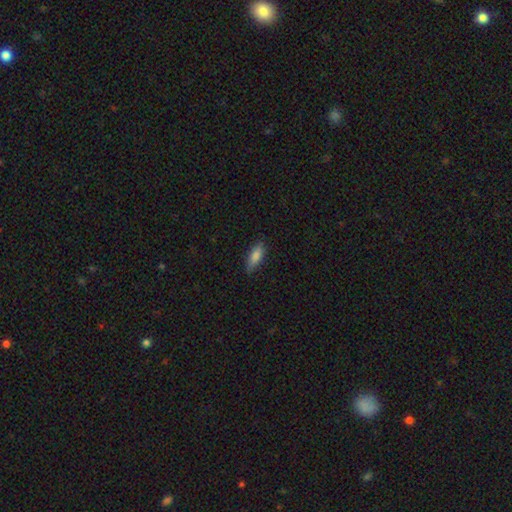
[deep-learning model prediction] smooth-or-featured: smooth: 80% | featured or disk: 13% | star or artifact: 7%
  how-rounded: in between: 55% | cigar-shaped: 43% | round: 2%
  merging: none: 81% | minor disturbance: 16% | major disturbance: 3% | merger: 1%